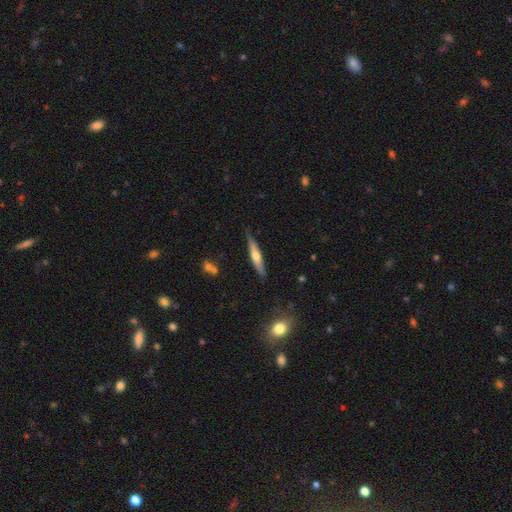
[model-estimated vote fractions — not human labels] Overall: featured or disk (54%; smooth 40%). Edge-on disk: yes (93%). Edge-on bulge: rounded (83%). Merging: none (81%).